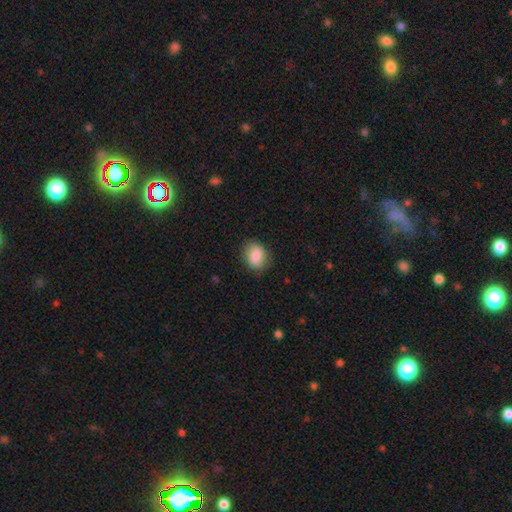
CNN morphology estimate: Smooth or featured?
  - smooth: 87% *
  - star or artifact: 7%
  - featured or disk: 6%
How rounded?
  - in between: 58% *
  - round: 41%
  - cigar-shaped: 1%
Merging?
  - none: 81% *
  - minor disturbance: 14%
  - major disturbance: 4%
  - merger: 1%